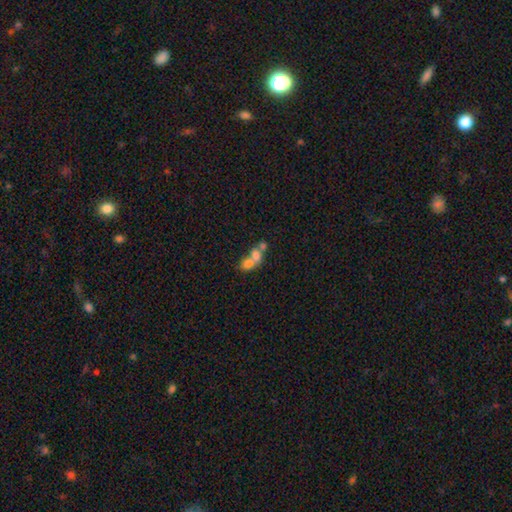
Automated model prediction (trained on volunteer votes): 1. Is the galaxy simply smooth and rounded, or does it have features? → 65% smooth, 23% featured or disk, 12% star or artifact.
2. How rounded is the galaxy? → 56% in between, 40% round, 3% cigar-shaped.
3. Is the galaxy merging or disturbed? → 72% merger, 18% none, 6% minor disturbance, 5% major disturbance.